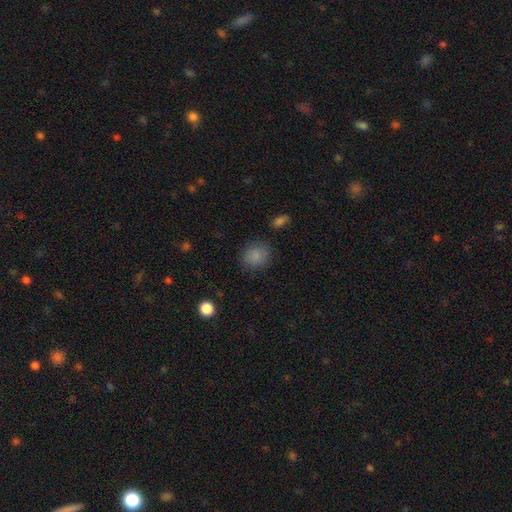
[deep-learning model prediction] Q: Smooth or featured?
A: smooth (85%); runner-up: star or artifact (10%)
Q: How rounded?
A: round (74%); runner-up: in between (25%)
Q: Merging?
A: none (82%); runner-up: minor disturbance (12%)